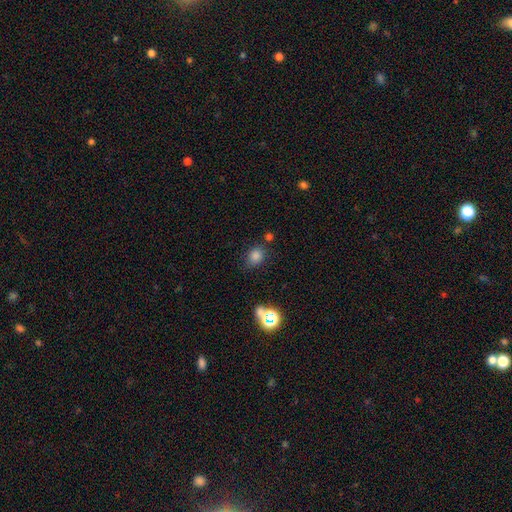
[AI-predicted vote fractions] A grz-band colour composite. It shows a smooth galaxy with no disk features (79%) that is round (58%). Merging: none (72%).